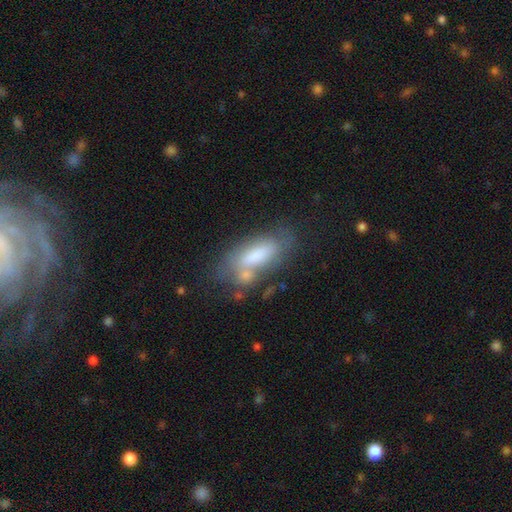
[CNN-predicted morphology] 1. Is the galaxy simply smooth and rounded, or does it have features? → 67% smooth, 25% featured or disk, 8% star or artifact.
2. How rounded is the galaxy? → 73% in between, 25% cigar-shaped, 2% round.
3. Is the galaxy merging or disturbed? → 47% none, 22% minor disturbance, 19% merger, 12% major disturbance.